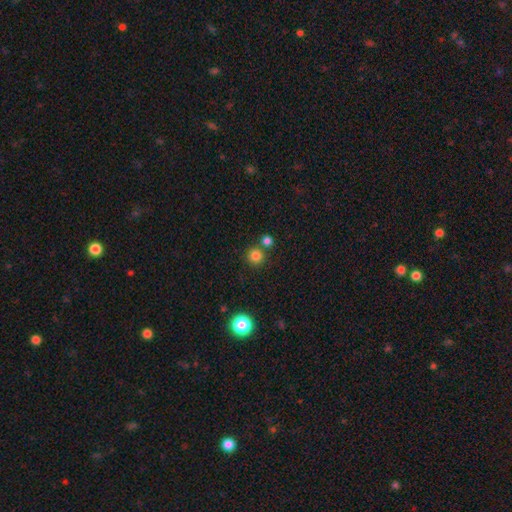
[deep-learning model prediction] The model was most divided on "merging": none: 74%, merger: 17%, minor disturbance: 7%, major disturbance: 3%. More confident: how rounded — round (93%); smooth or featured — smooth (82%).